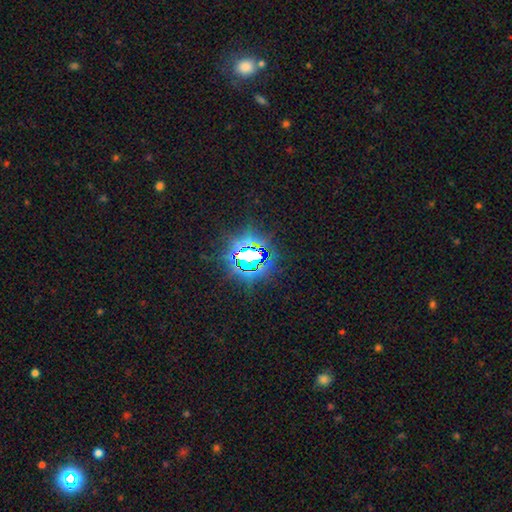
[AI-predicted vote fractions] Smooth or featured: star or artifact — 76% (smooth — 14%)